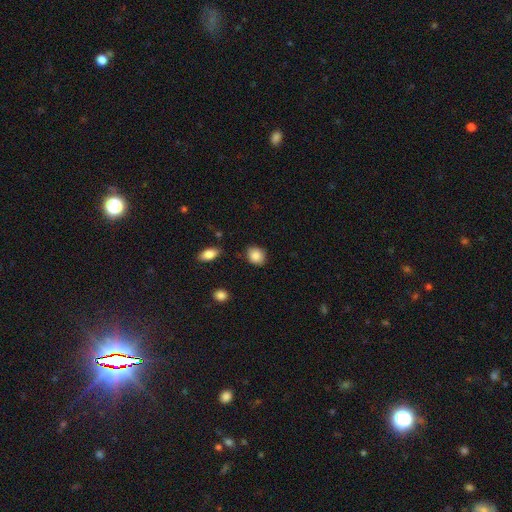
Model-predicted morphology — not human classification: Q: Smooth or featured?
A: smooth (87%); runner-up: star or artifact (8%)
Q: How rounded?
A: round (56%); runner-up: in between (43%)
Q: Merging?
A: none (83%); runner-up: minor disturbance (13%)